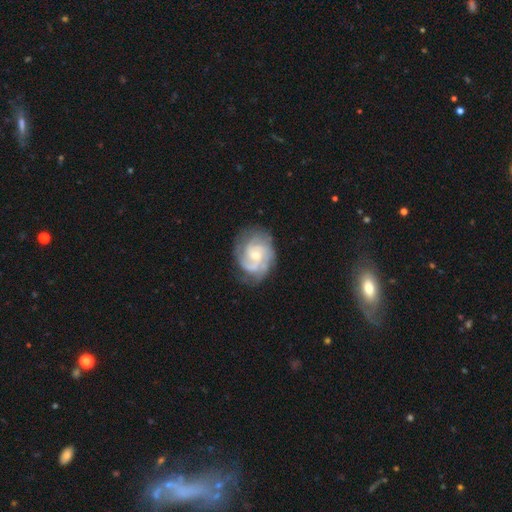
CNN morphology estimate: A featured or disk galaxy (85%) with no bar (64%), 3 (31%) tight (52%) spiral arms (96%) and a small central bulge (53%).

Vote fractions:
- Smooth or featured? featured or disk: 85% / smooth: 10% / star or artifact: 5%
- Edge-on disk? no: 98% / yes: 2%
- Bar? no: 64% / weak: 31% / strong: 5%
- Spiral arms? yes: 96% / no: 4%
- Spiral winding? tight: 52% / medium: 38% / loose: 9%
- Spiral arm count? 3: 31% / 2: 30% / can't tell: 22% / 4: 8% / 1: 5% / more than 4: 4%
- Bulge size? small: 53% / moderate: 42% / large: 2% / none: 2% / dominant: 1%
- Merging? none: 68% / minor disturbance: 21% / major disturbance: 10% / merger: 2%